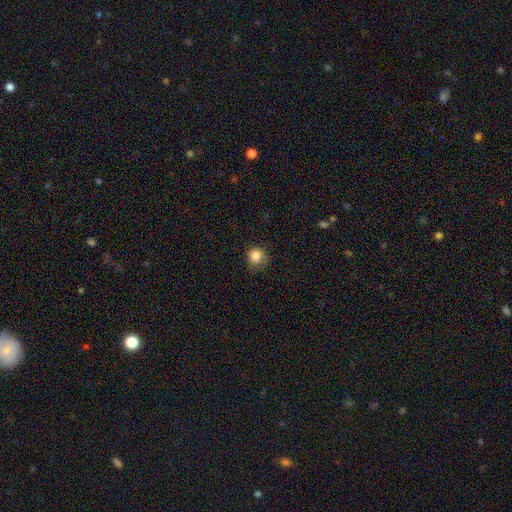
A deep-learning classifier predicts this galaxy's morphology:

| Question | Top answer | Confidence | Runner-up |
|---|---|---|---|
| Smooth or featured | smooth | 85% | star or artifact (11%) |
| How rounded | round | 85% | in between (14%) |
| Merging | none | 70% | minor disturbance (22%) |